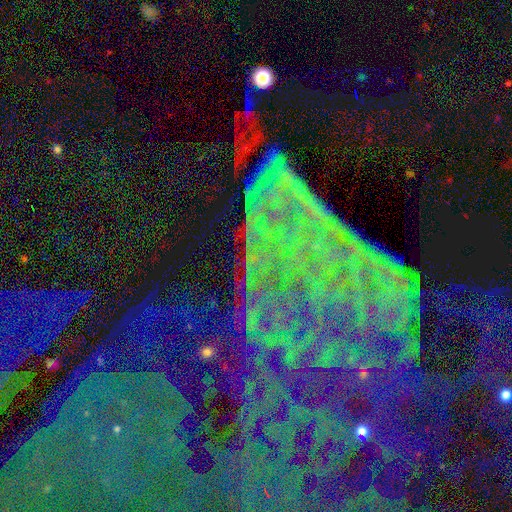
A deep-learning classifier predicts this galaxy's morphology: This is likely a star or artifact rather than a galaxy (80%).